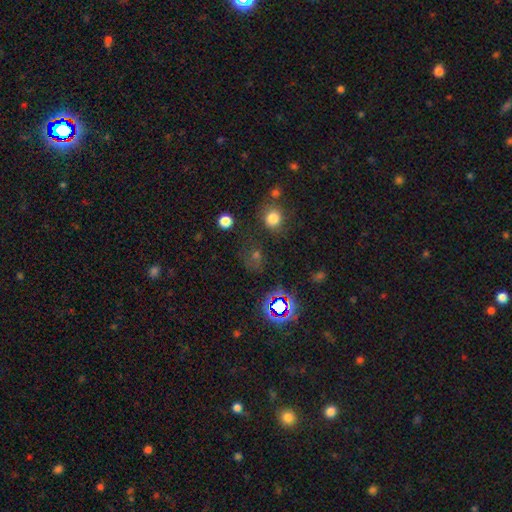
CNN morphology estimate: Overall: smooth (49%; star or artifact 42%). Merging: none (70%).